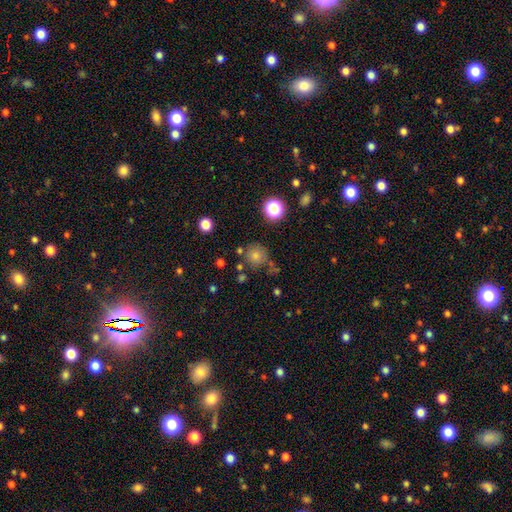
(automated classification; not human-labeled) smooth_or_featured: smooth (p=0.75) [alt: star or artifact p=0.16]
how_rounded: round (p=0.91) [alt: in between p=0.09]
merging: none (p=0.69) [alt: minor disturbance p=0.14]